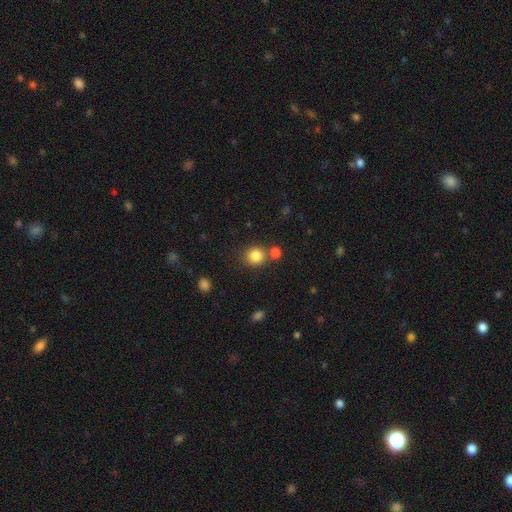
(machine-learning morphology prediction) Smooth or featured? Predicted: smooth (p=0.83). How rounded? Predicted: round (p=0.86). Merging? Predicted: none (p=0.70).